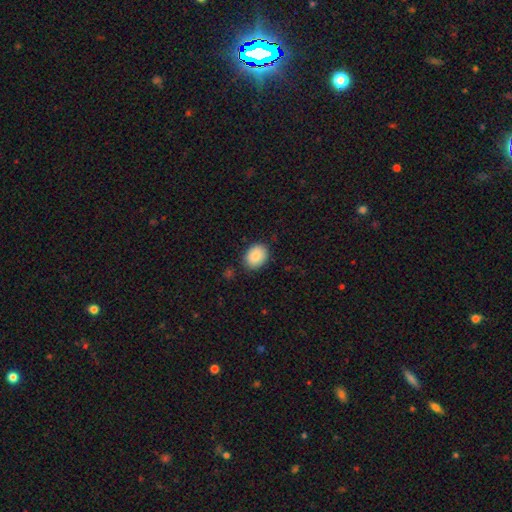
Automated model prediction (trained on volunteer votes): The model was most divided on "how rounded": in between: 56%, round: 43%, cigar-shaped: 1%. More confident: smooth or featured — smooth (87%); merging — none (84%).